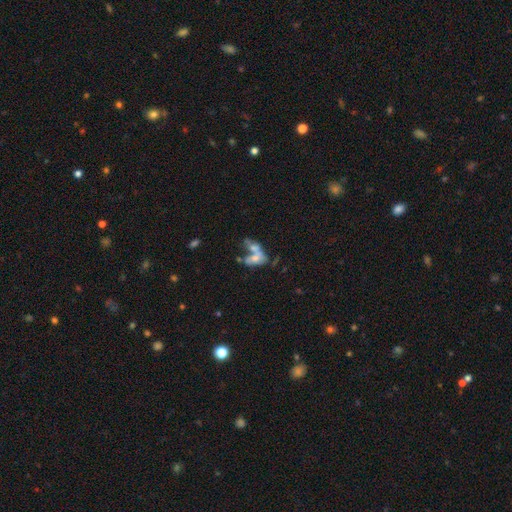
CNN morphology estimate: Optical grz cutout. It shows a smooth galaxy with no disk features (46%). Merging: merger (64%).